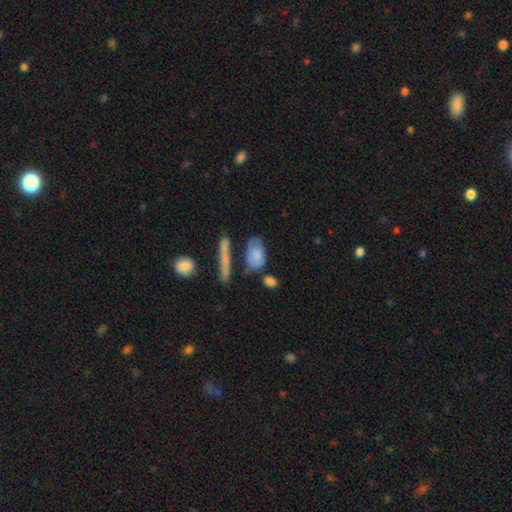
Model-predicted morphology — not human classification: Q: Smooth or featured?
A: smooth (77%); runner-up: featured or disk (16%)
Q: How rounded?
A: in between (83%); runner-up: cigar-shaped (10%)
Q: Merging?
A: none (47%); runner-up: minor disturbance (26%)